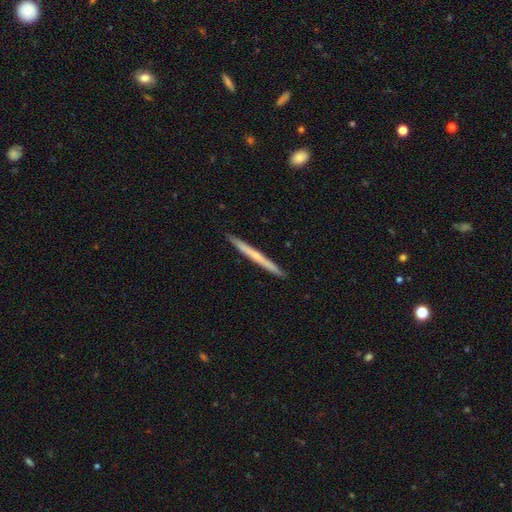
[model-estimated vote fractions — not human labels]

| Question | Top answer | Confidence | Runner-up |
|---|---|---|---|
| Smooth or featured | featured or disk | 53% | smooth (41%) |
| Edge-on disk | yes | 98% | no (2%) |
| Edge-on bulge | none | 67% | rounded (30%) |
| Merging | none | 93% | minor disturbance (5%) |